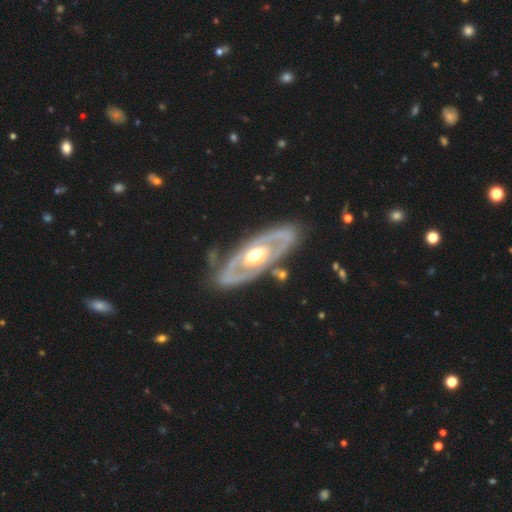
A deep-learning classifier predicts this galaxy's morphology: smooth-or-featured: featured or disk: 78% | smooth: 18% | star or artifact: 4%
  disk-edge-on: no: 87% | yes: 13%
    bar: no: 73% | weak: 18% | strong: 8%
    has-spiral-arms: no: 58% | yes: 42%
    bulge-size: moderate: 71% | large: 20% | small: 7% | dominant: 1% | none: 1%
  merging: none: 75% | minor disturbance: 15% | major disturbance: 6% | merger: 3%